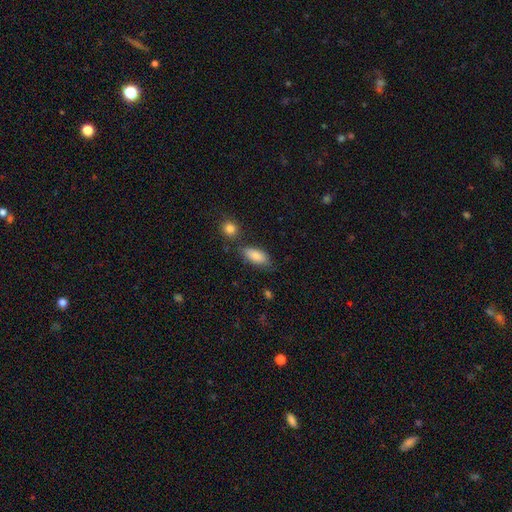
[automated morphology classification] Smooth or featured: smooth — 84% (featured or disk — 10%)
How rounded: in between — 85% (cigar-shaped — 12%)
Merging: none — 68% (minor disturbance — 18%)